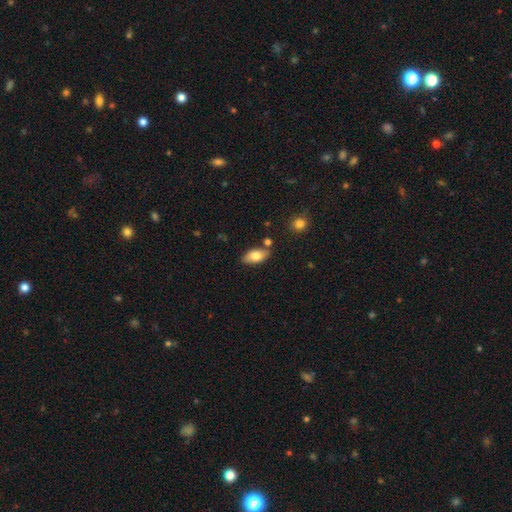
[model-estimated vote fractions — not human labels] The model was most divided on "merging": none: 79%, minor disturbance: 13%, merger: 5%, major disturbance: 3%. More confident: how rounded — in between (91%); smooth or featured — smooth (80%).